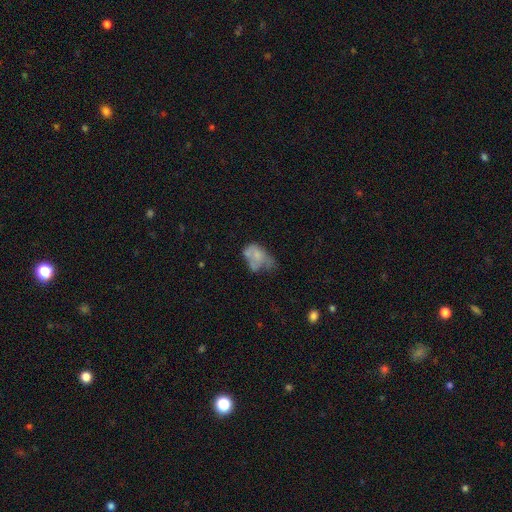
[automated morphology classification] smooth 53%, featured or disk 36%, star or artifact 11%. Down the decision tree: how rounded — in between (82%); merging — major disturbance (33%).